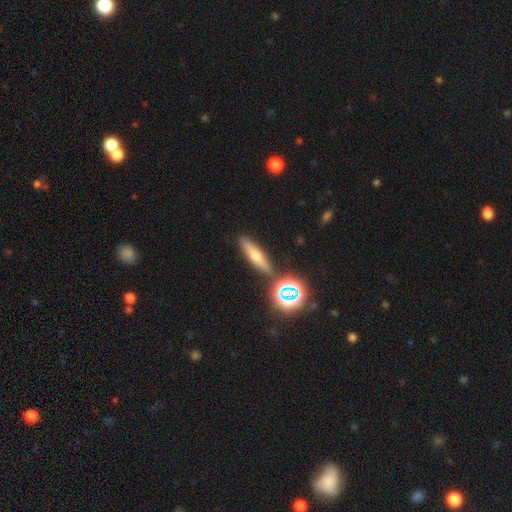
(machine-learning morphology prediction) Smooth or featured: smooth — 50% (featured or disk — 31%)
Merging: none — 83% (minor disturbance — 9%)